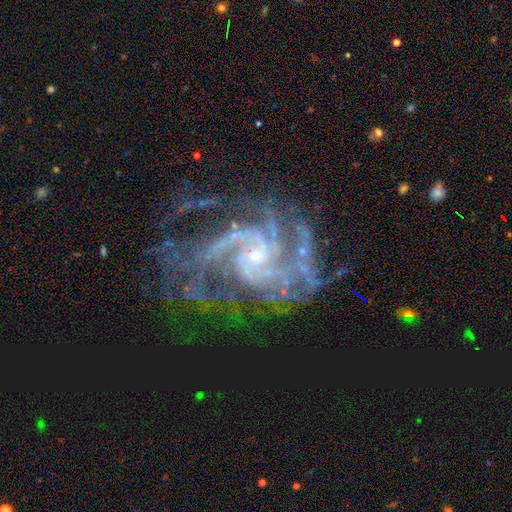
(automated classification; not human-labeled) The model was most divided on "spiral arm count": 2: 26%, 3: 21%, can't tell: 18%, 4: 16%, more than 4: 11%, 1: 9%. Remaining: edge-on disk — no (98%); spiral arms — yes (98%); smooth or featured — featured or disk (91%); bulge size — small (75%); bar — no (56%); merging — none (53%); spiral winding — medium (48%).